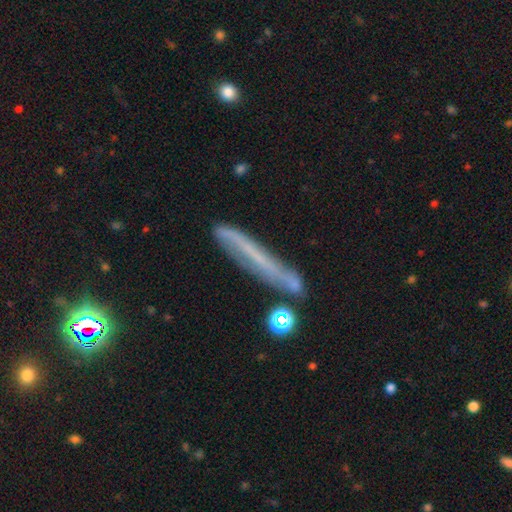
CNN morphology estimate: This appears to be a featured or disk galaxy (43%). Merging: none (69%).